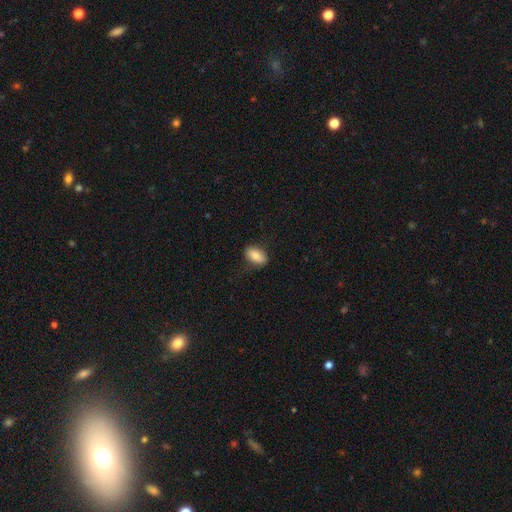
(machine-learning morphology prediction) Q: Smooth or featured?
A: smooth (80%); runner-up: featured or disk (12%)
Q: How rounded?
A: in between (91%); runner-up: round (6%)
Q: Merging?
A: none (77%); runner-up: minor disturbance (17%)